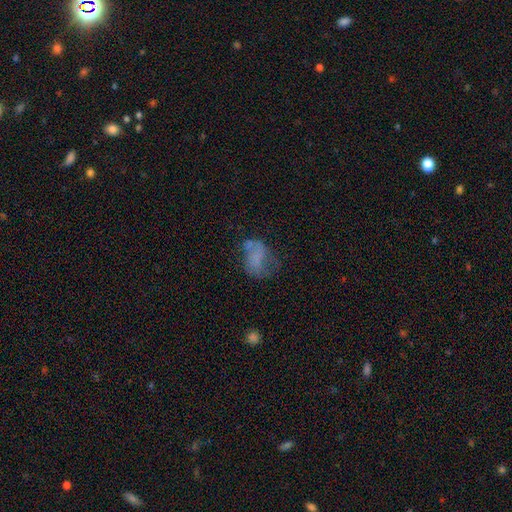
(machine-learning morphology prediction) Smooth or featured? smooth (48%)
Merging? none (35%)